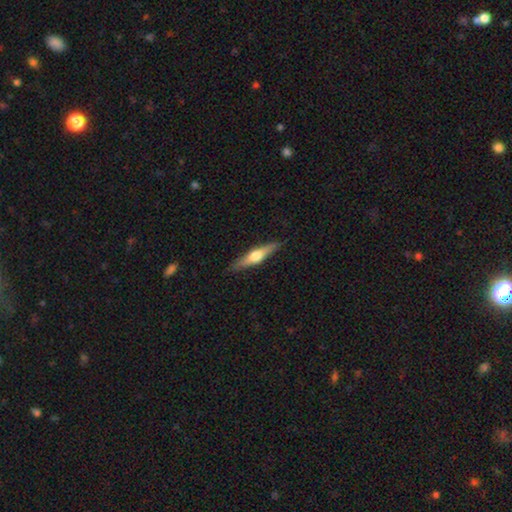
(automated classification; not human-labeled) Smooth or featured?
  - featured or disk: 61% *
  - smooth: 34%
  - star or artifact: 5%
Edge-on disk?
  - yes: 96% *
  - no: 4%
Edge-on bulge?
  - rounded: 94% *
  - boxy: 3%
  - none: 2%
Merging?
  - none: 88% *
  - minor disturbance: 9%
  - major disturbance: 2%
  - merger: 1%